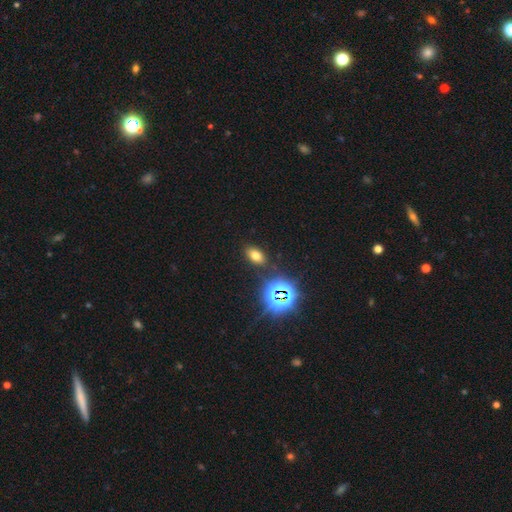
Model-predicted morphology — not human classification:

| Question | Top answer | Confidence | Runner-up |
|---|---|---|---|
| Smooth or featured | smooth | 65% | star or artifact (27%) |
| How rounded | in between | 86% | round (12%) |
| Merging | none | 86% | minor disturbance (8%) |